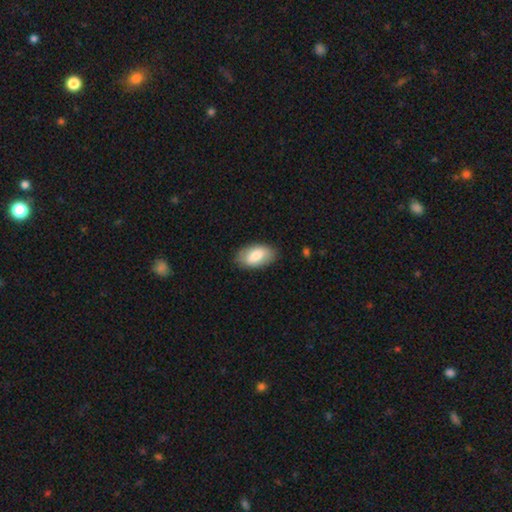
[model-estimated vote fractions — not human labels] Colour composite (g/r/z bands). It shows a smooth galaxy with no disk features (79%) that is in between round and cigar-shaped (94%). Merging: none (84%).